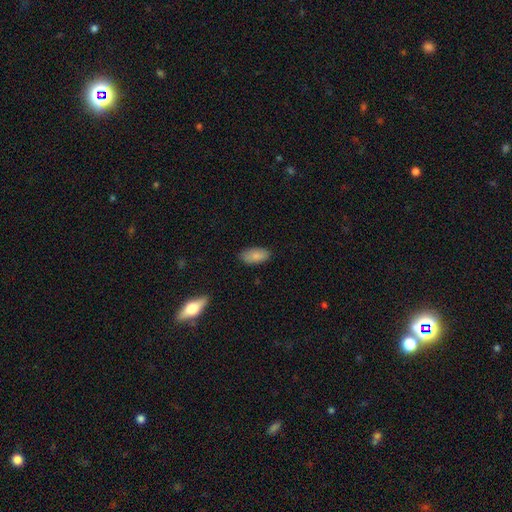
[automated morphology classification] Overall: smooth (84%). How rounded: in between (93%). Merging: none (84%).